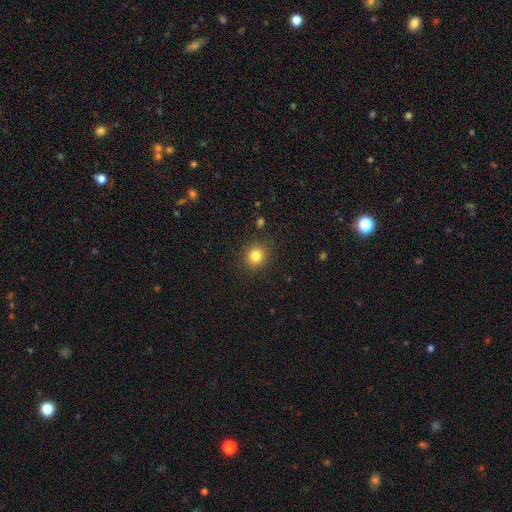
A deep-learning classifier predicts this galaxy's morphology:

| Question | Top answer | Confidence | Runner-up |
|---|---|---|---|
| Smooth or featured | smooth | 82% | star or artifact (12%) |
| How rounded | round | 83% | in between (16%) |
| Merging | none | 89% | minor disturbance (7%) |